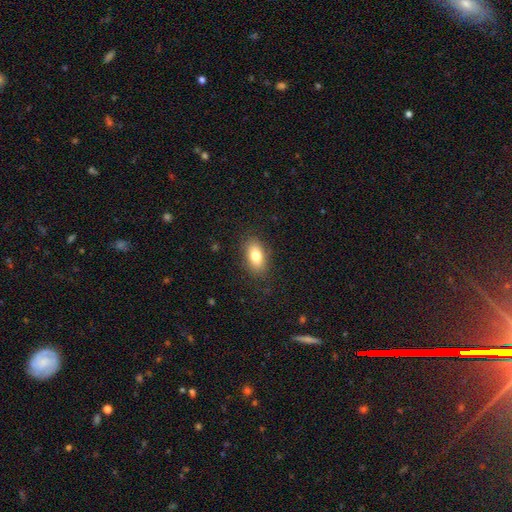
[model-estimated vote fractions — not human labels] Smooth or featured: smooth — 79% (featured or disk — 13%)
How rounded: in between — 89% (round — 8%)
Merging: none — 84% (minor disturbance — 11%)